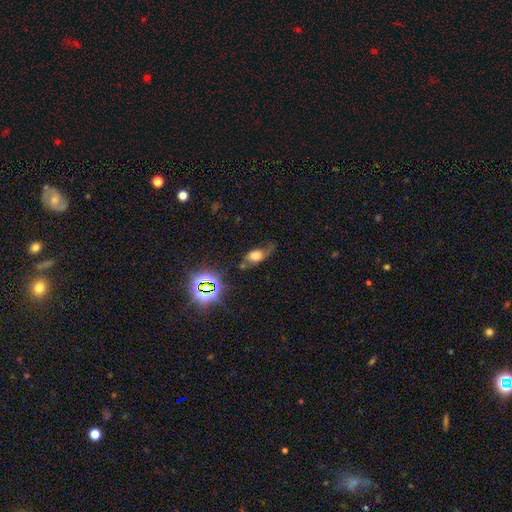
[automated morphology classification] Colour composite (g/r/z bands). It shows a smooth galaxy with no disk features (55%) that is in between round and cigar-shaped (79%). Merging: none (38%).